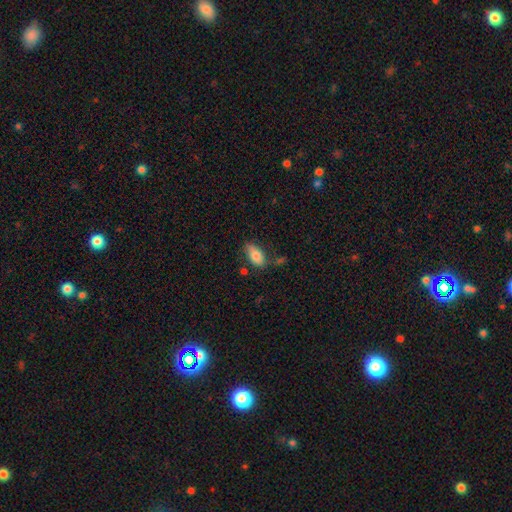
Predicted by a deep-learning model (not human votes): Smooth or featured: smooth — 78% (featured or disk — 15%)
How rounded: in between — 91% (cigar-shaped — 5%)
Merging: none — 62% (minor disturbance — 23%)